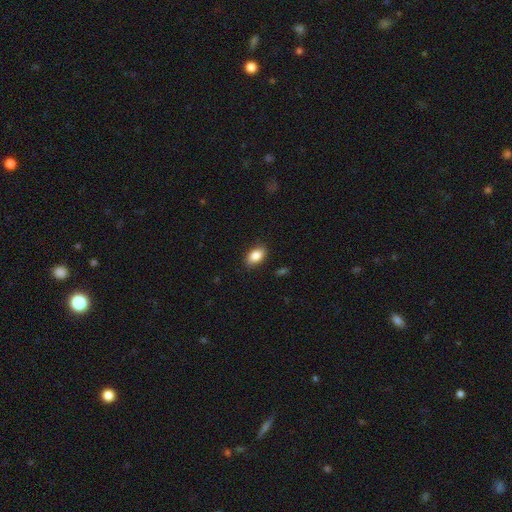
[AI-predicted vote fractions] Smooth or featured?
  - smooth: 86% *
  - star or artifact: 7%
  - featured or disk: 6%
How rounded?
  - in between: 90% *
  - round: 7%
  - cigar-shaped: 2%
Merging?
  - none: 87% *
  - minor disturbance: 10%
  - major disturbance: 2%
  - merger: 1%